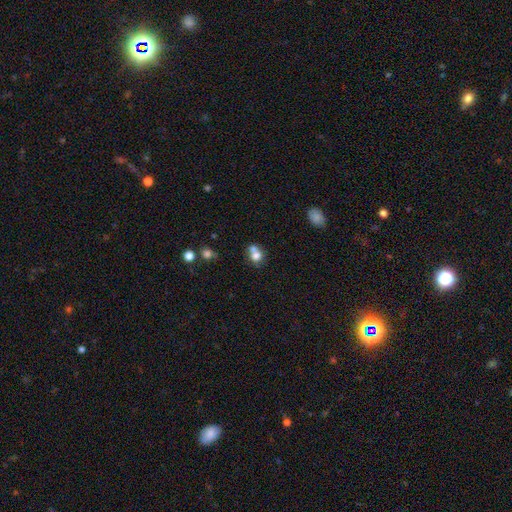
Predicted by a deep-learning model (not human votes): Morphology: type=smooth (72%); roundness=round (64%); merging=merger (56%).